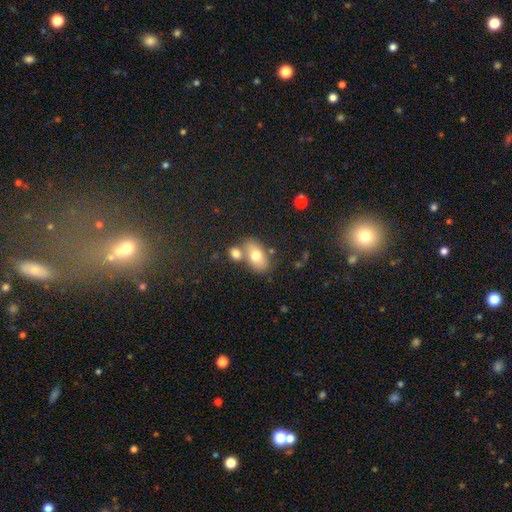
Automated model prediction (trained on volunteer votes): smooth_or_featured: smooth (p=0.72) [alt: featured or disk p=0.20]
how_rounded: in between (p=0.85) [alt: round p=0.12]
merging: none (p=0.51) [alt: merger p=0.32]